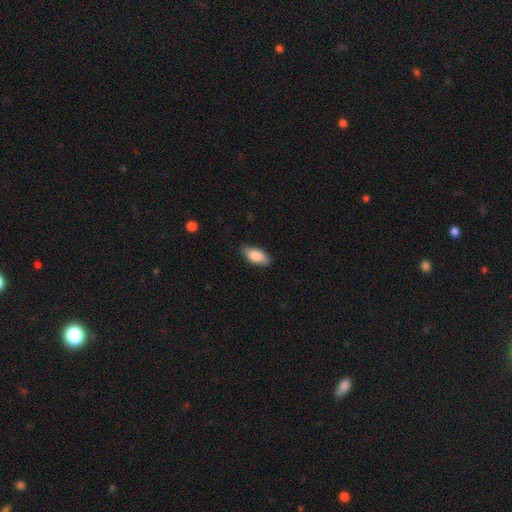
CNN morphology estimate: This appears to be a smooth galaxy with no disk features (86%) that is in between round and cigar-shaped (88%). Merging: none (83%).